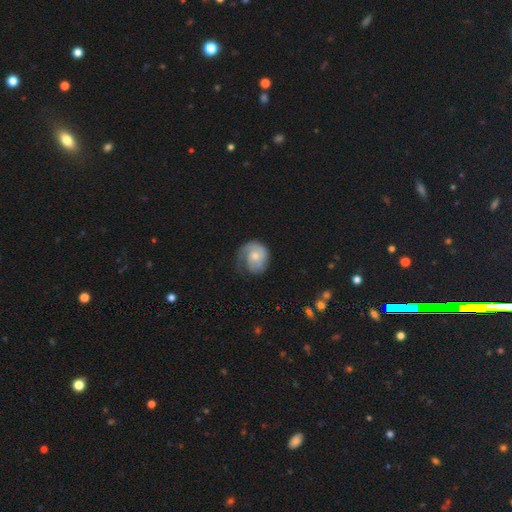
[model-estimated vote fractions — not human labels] This is possibly a featured or disk galaxy (60%). It is clearly not viewed edge-on (98%). Bar: likely no (74%). Spiral arm pattern: clearly yes (86%). Central bulge: possibly moderate (49%). Merging: possibly none (49%).